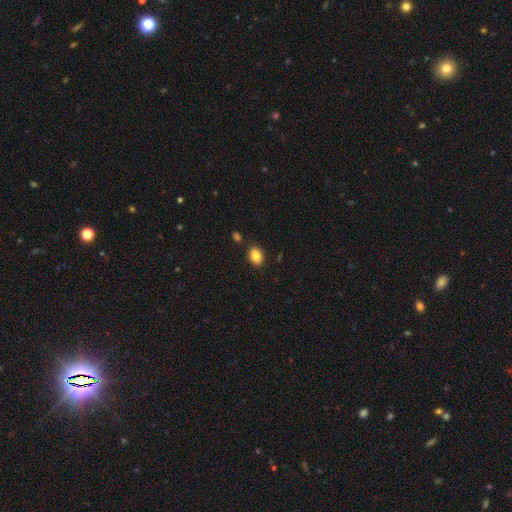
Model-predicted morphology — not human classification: smooth-or-featured: smooth: 87% | star or artifact: 9% | featured or disk: 5%
  how-rounded: in between: 76% | round: 23% | cigar-shaped: 1%
  merging: none: 83% | minor disturbance: 10% | merger: 4% | major disturbance: 3%